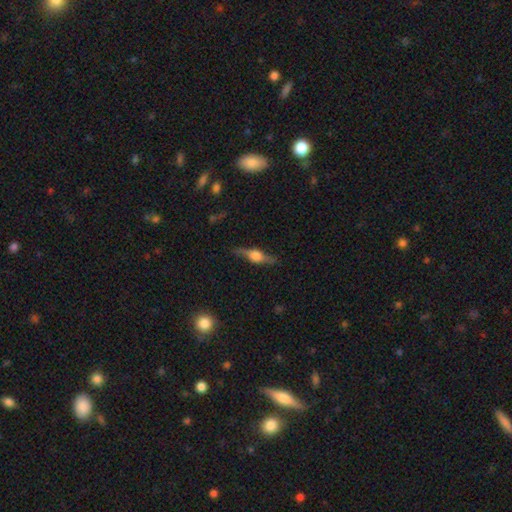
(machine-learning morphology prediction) smooth-or-featured: featured or disk: 76% | smooth: 17% | star or artifact: 6%
  disk-edge-on: yes: 96% | no: 4%
    edge-on-bulge: rounded: 92% | boxy: 7% | none: 1%
  merging: none: 85% | minor disturbance: 11% | major disturbance: 3% | merger: 1%